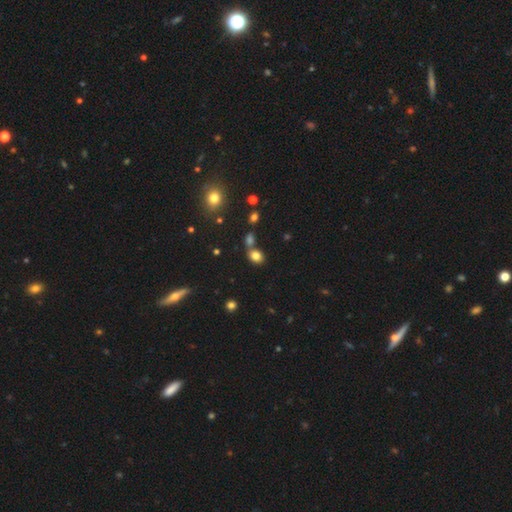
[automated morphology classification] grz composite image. It shows a smooth galaxy with no disk features (80%) that is in between round and cigar-shaped (54%). Merging: none (56%).